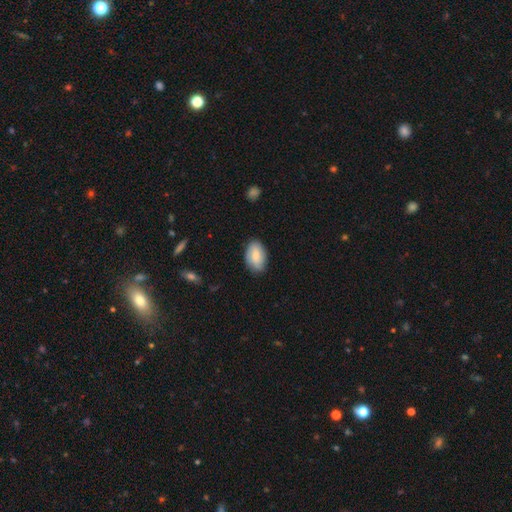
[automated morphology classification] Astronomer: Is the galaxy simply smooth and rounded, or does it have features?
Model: smooth — 72%.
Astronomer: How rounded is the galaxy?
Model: in between — 91%.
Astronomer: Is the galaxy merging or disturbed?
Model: none — 78%.